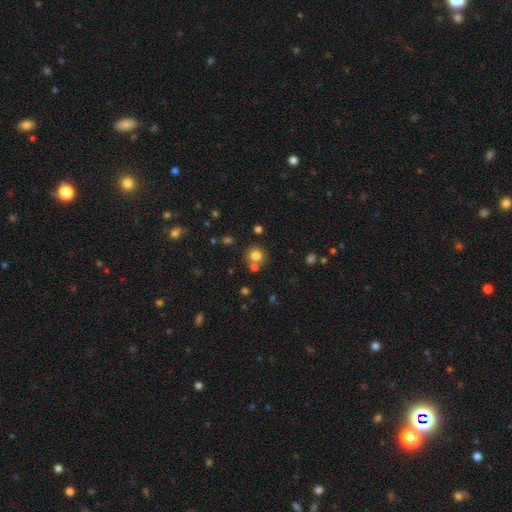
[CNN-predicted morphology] A smooth galaxy with no disk features (79%) that is round (90%). Merging: none (72%).